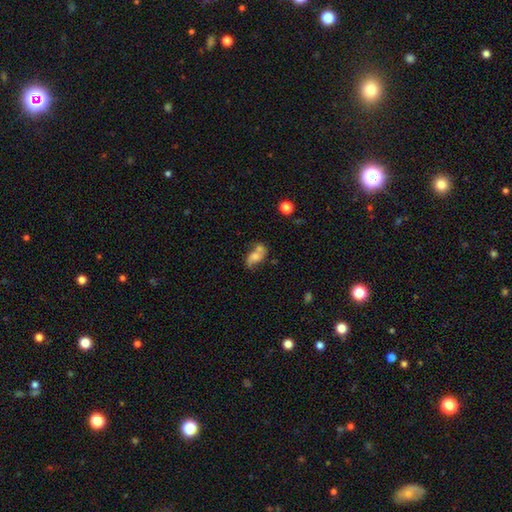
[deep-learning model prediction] Overall: smooth (46%; featured or disk 43%). Merging: merger (43%; none 32%).